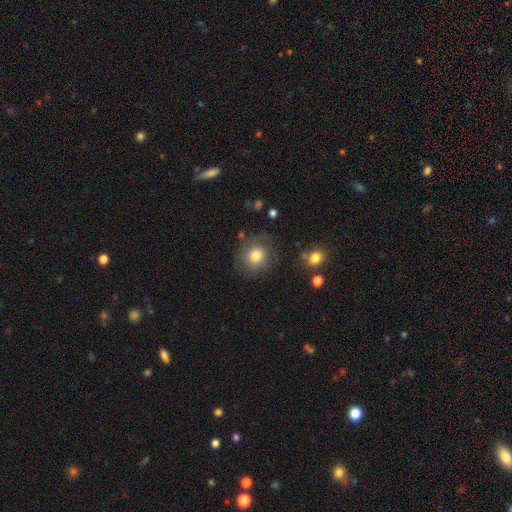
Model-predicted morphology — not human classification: smooth_or_featured: smooth (p=0.78) [alt: featured or disk p=0.12]
how_rounded: round (p=0.89) [alt: in between p=0.10]
merging: none (p=0.77) [alt: minor disturbance p=0.14]